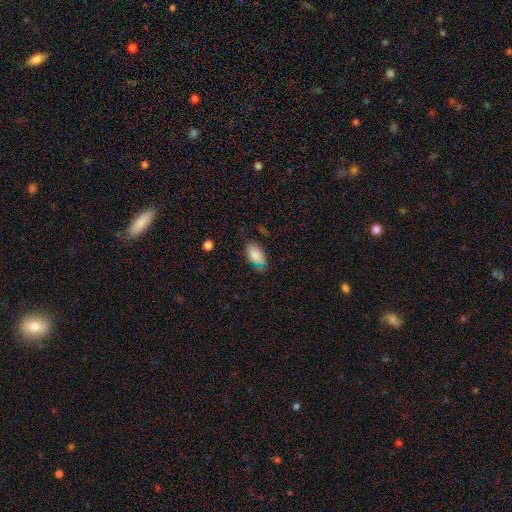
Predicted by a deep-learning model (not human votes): Smooth or featured? smooth (84%)
How rounded? in between (94%)
Merging? none (68%)